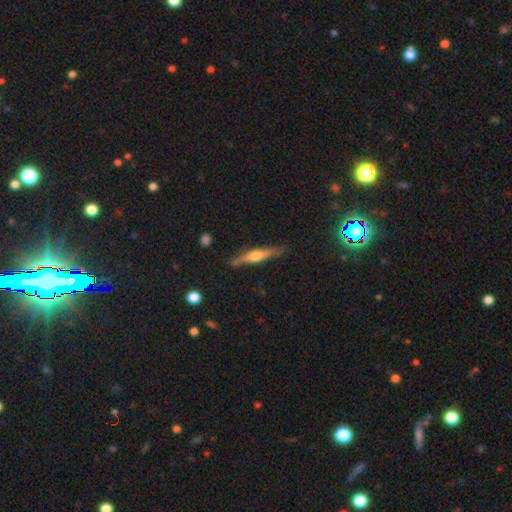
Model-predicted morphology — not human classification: type=featured or disk (62%); edge-on=yes (96%); edge-on bulge=rounded (87%); merging=none (81%).